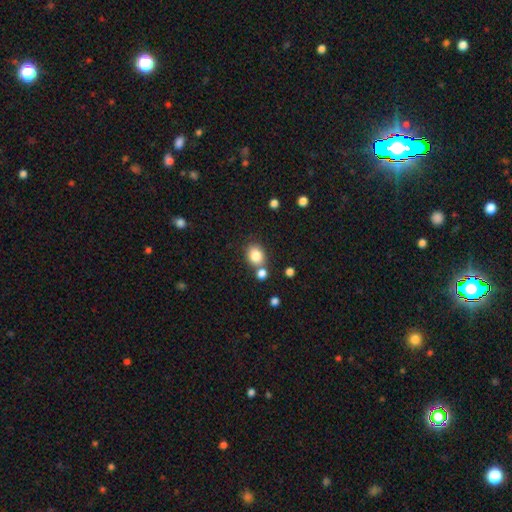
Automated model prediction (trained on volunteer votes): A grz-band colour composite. It shows a smooth galaxy with no disk features (83%) that is round (62%). Merging: none (67%).